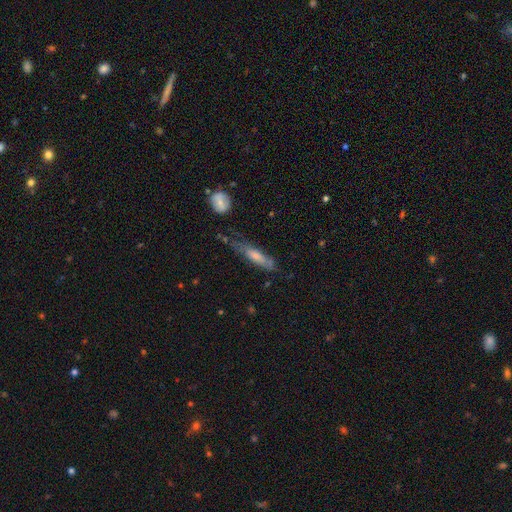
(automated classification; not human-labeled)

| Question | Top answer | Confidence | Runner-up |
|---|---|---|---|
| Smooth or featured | smooth | 48% | featured or disk (44%) |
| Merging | none | 55% | minor disturbance (29%) |